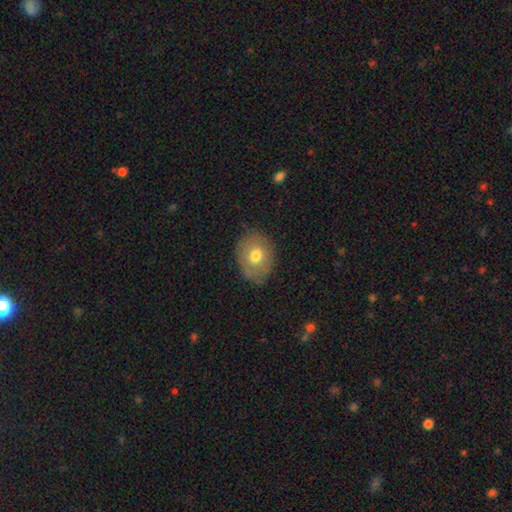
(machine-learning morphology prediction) Overall: smooth (68%). How rounded: in between (61%; round 38%). Merging: none (74%).